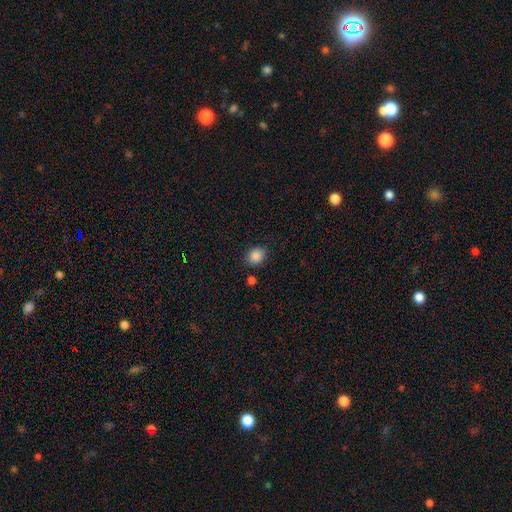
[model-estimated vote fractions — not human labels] This appears to be a smooth galaxy with no disk features (86%) that is round (67%). Merging: none (83%).